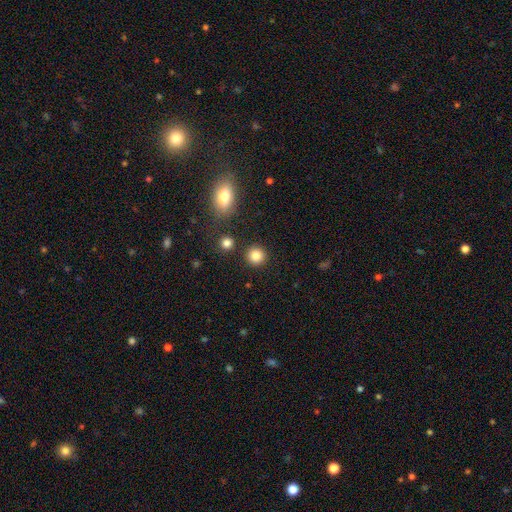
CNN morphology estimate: Smooth or featured?
  - smooth: 85% *
  - star or artifact: 11%
  - featured or disk: 5%
How rounded?
  - round: 93% *
  - in between: 6%
  - cigar-shaped: 1%
Merging?
  - none: 89% *
  - minor disturbance: 5%
  - merger: 3%
  - major disturbance: 2%